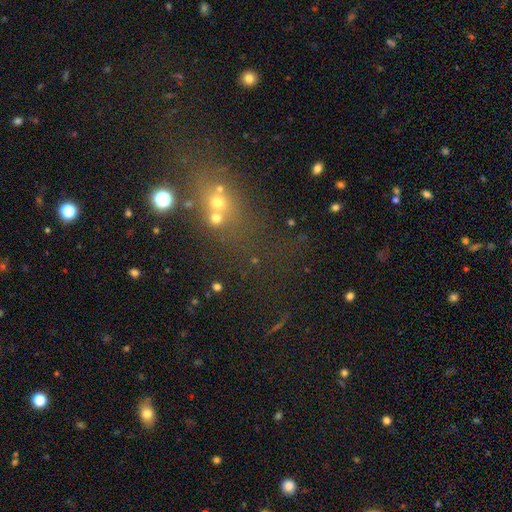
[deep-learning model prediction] smooth_or_featured: star or artifact (p=0.44) [alt: smooth p=0.38]